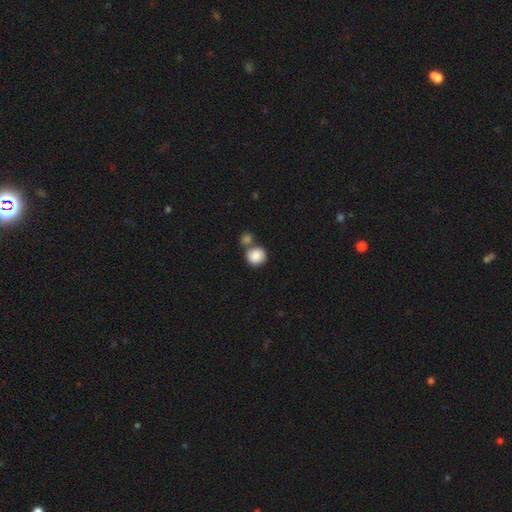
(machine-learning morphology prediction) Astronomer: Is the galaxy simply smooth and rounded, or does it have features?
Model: smooth — 87%.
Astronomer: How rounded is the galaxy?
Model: round — 88%.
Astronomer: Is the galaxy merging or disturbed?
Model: none — 49% (runner-up: merger, 38%).